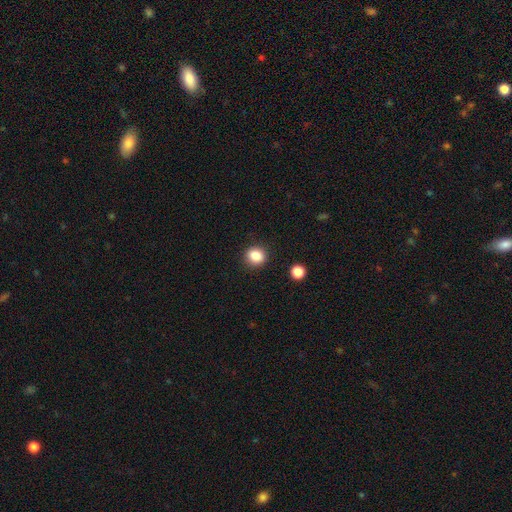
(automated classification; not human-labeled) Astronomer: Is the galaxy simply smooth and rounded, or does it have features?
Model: smooth — 85%.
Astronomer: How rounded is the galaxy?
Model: round — 73%.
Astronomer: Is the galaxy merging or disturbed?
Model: none — 88%.